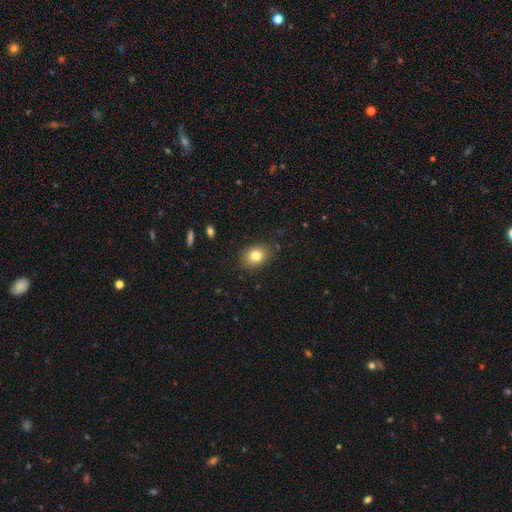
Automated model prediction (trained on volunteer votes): Smooth or featured?
  - smooth: 80% *
  - star or artifact: 10%
  - featured or disk: 10%
How rounded?
  - in between: 65% *
  - round: 34%
  - cigar-shaped: 1%
Merging?
  - none: 85% *
  - minor disturbance: 11%
  - major disturbance: 3%
  - merger: 1%